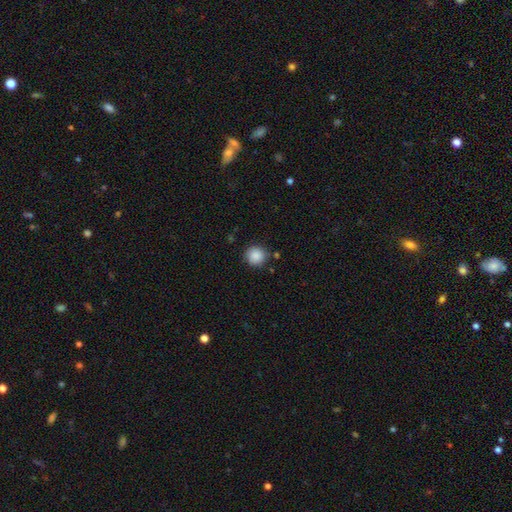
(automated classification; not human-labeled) Smooth or featured: smooth — 88% (star or artifact — 9%)
How rounded: round — 94% (in between — 5%)
Merging: none — 85% (minor disturbance — 9%)